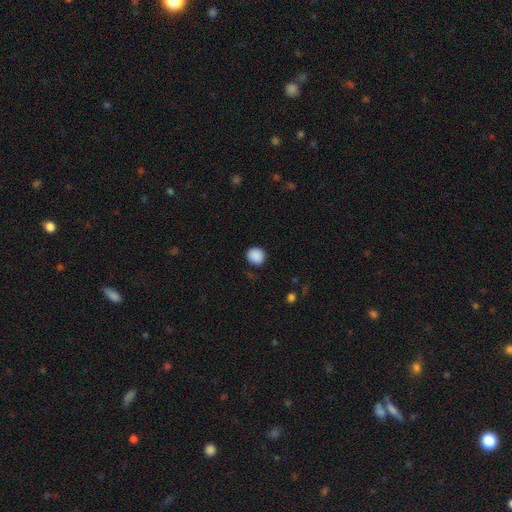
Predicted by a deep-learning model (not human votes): smooth-or-featured: smooth: 89% | star or artifact: 8% | featured or disk: 2%
  how-rounded: round: 85% | in between: 14% | cigar-shaped: 1%
  merging: none: 86% | minor disturbance: 10% | major disturbance: 3% | merger: 1%